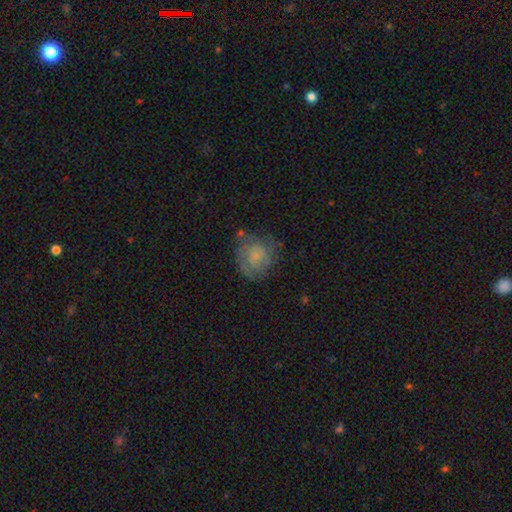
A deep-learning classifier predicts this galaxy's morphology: Q: Smooth or featured?
A: featured or disk (48%); runner-up: smooth (44%)
Q: Merging?
A: none (58%); runner-up: minor disturbance (24%)